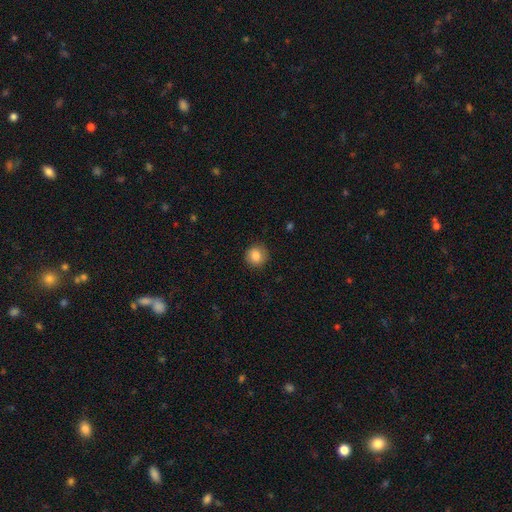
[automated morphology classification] smooth-or-featured: smooth: 83% | star or artifact: 9% | featured or disk: 7%
  how-rounded: round: 92% | in between: 7% | cigar-shaped: 1%
  merging: none: 88% | minor disturbance: 9% | major disturbance: 2% | merger: 1%